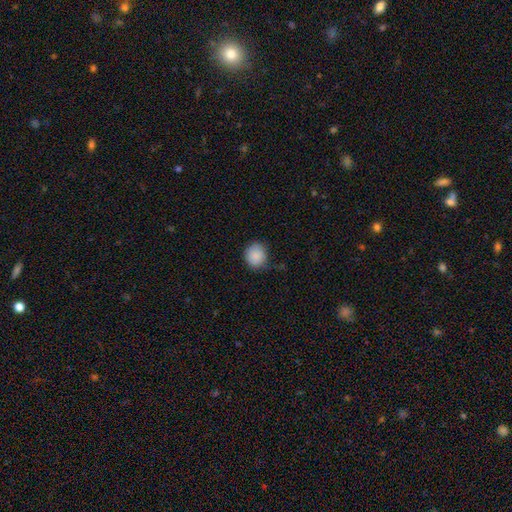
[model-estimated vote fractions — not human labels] Smooth or featured? Predicted: smooth (p=0.88). How rounded? Predicted: round (p=0.83). Merging? Predicted: none (p=0.69).